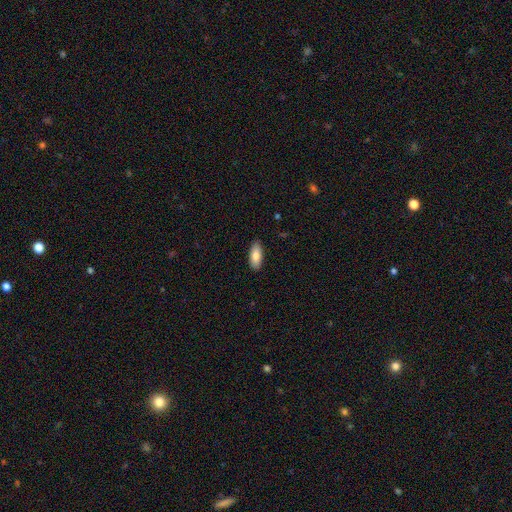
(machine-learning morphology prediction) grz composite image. It shows a smooth galaxy with no disk features (81%) that is in between round and cigar-shaped (86%). Merging: none (87%).